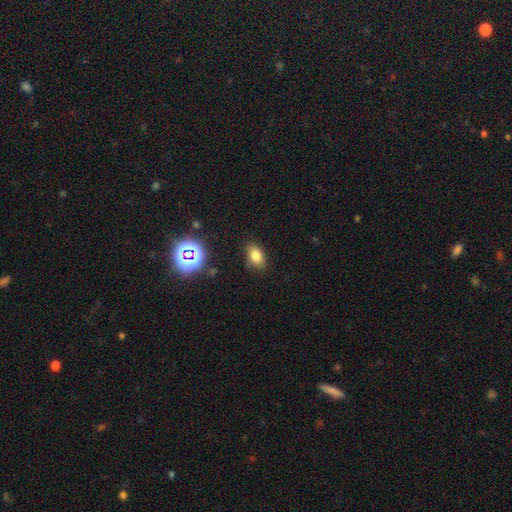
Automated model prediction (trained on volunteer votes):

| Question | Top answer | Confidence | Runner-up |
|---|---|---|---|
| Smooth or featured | smooth | 79% | star or artifact (14%) |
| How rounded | in between | 84% | round (14%) |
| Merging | none | 84% | minor disturbance (12%) |